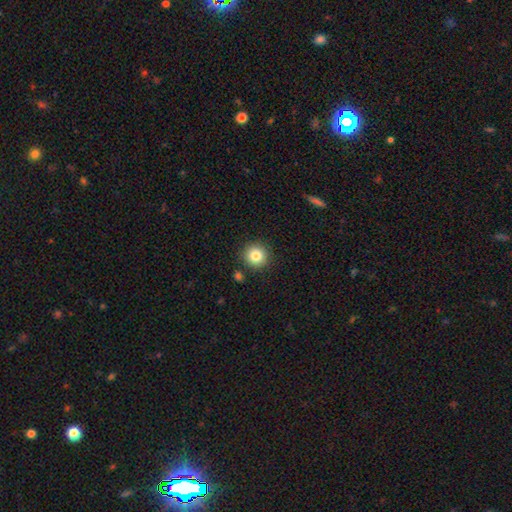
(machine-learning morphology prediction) type=smooth (83%); roundness=round (94%); merging=none (88%).